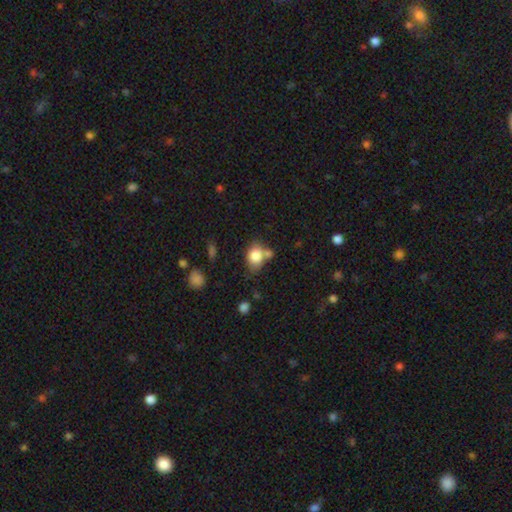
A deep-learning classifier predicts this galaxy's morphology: Smooth or featured? smooth (81%)
How rounded? in between (58%)
Merging? none (50%)